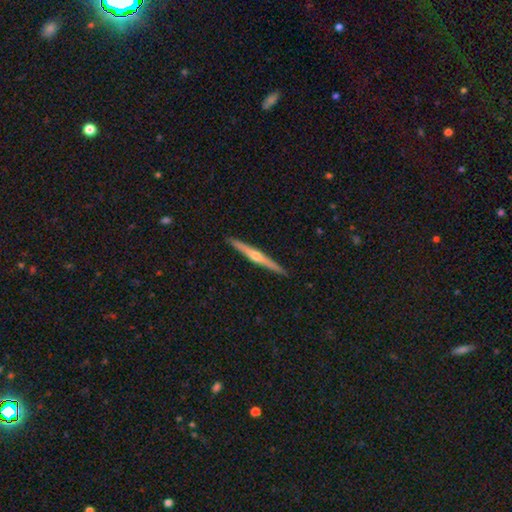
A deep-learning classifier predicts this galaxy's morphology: This is likely a featured or disk galaxy (76%). It is clearly viewed edge-on (98%). Edge-on bulge: clearly rounded (88%). Merging: clearly none (93%).